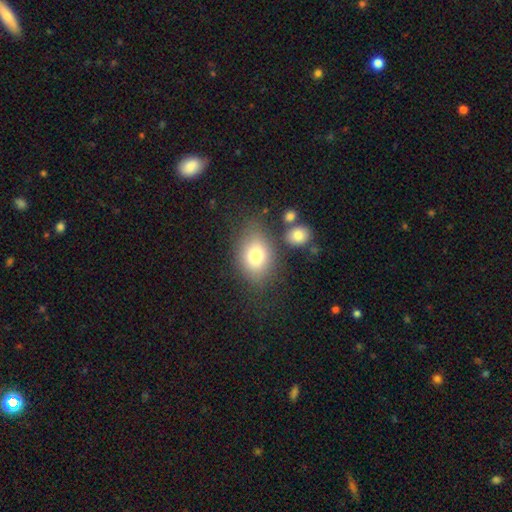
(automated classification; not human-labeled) Morphology: type=smooth (75%); roundness=in between (68%); merging=none (69%).